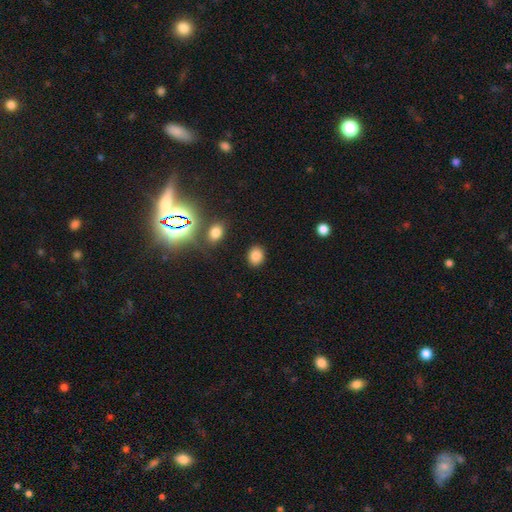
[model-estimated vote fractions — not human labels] A smooth galaxy with no disk features (83%) that is round (56%).

Vote fractions:
- Smooth or featured? smooth: 83% / star or artifact: 11% / featured or disk: 5%
- How rounded? round: 56% / in between: 43% / cigar-shaped: 1%
- Merging? none: 88% / minor disturbance: 7% / major disturbance: 3% / merger: 2%